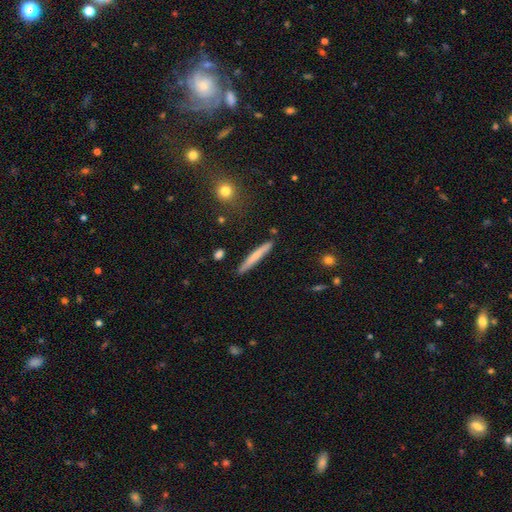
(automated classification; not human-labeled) Overall: smooth (64%; featured or disk 30%). How rounded: cigar-shaped (96%). Merging: none (87%).